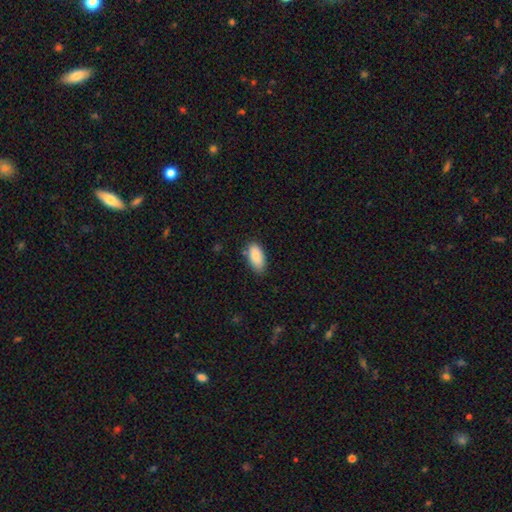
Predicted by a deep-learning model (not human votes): Q: Smooth or featured?
A: smooth (86%); runner-up: featured or disk (7%)
Q: How rounded?
A: in between (92%); runner-up: cigar-shaped (5%)
Q: Merging?
A: none (79%); runner-up: minor disturbance (17%)